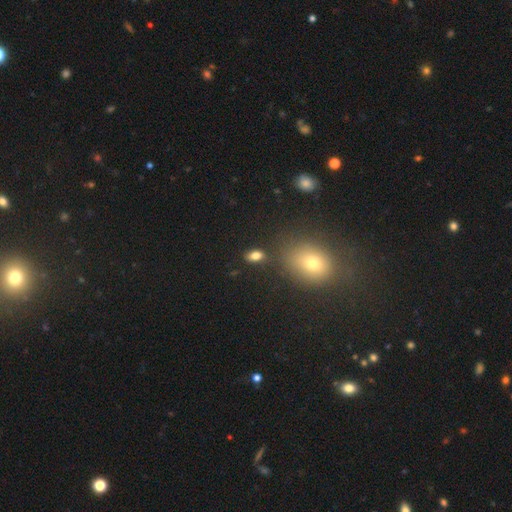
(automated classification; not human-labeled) Smooth or featured? smooth (80%)
How rounded? in between (86%)
Merging? none (79%)